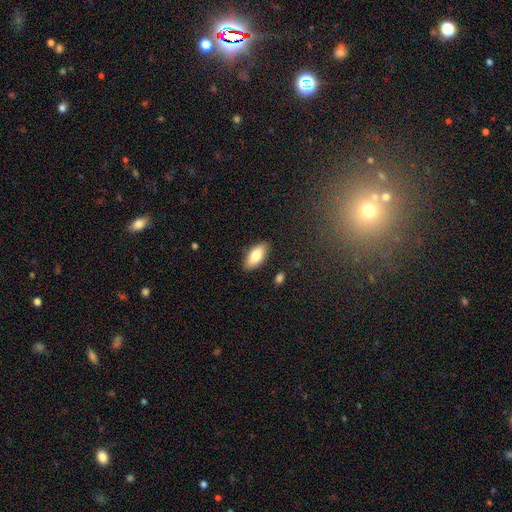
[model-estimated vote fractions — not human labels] Smooth or featured? smooth (80%)
How rounded? in between (89%)
Merging? none (87%)